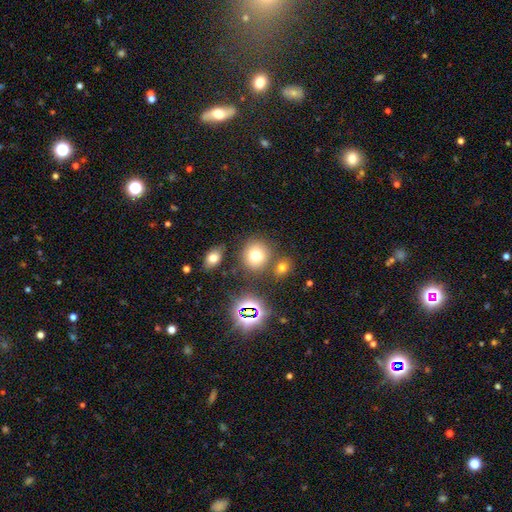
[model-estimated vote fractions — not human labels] A smooth galaxy with no disk features (71%) that is round (84%).

Vote fractions:
- Smooth or featured? smooth: 71% / star or artifact: 19% / featured or disk: 10%
- How rounded? round: 84% / in between: 15% / cigar-shaped: 1%
- Merging? none: 76% / merger: 10% / minor disturbance: 10% / major disturbance: 4%